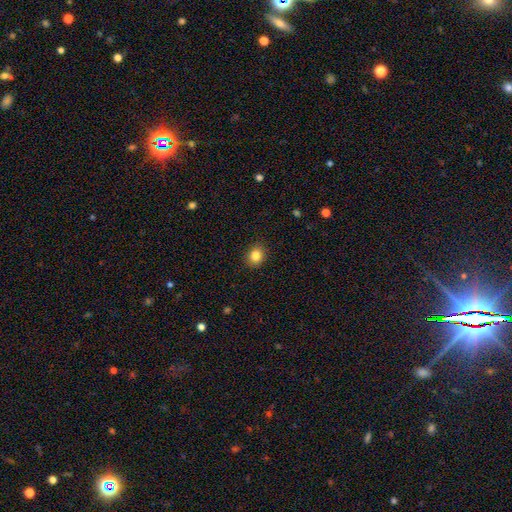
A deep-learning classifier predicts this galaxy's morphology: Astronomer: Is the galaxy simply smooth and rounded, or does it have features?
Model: smooth — 84%.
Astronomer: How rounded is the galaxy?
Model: round — 69%.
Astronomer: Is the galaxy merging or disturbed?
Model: none — 90%.